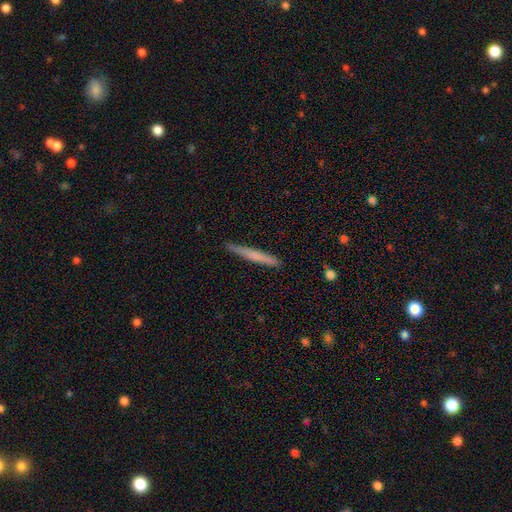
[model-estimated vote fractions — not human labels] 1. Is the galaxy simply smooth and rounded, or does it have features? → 61% smooth, 33% featured or disk, 6% star or artifact.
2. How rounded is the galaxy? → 97% cigar-shaped, 2% in between, 1% round.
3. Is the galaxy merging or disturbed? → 88% none, 9% minor disturbance, 2% major disturbance, 1% merger.